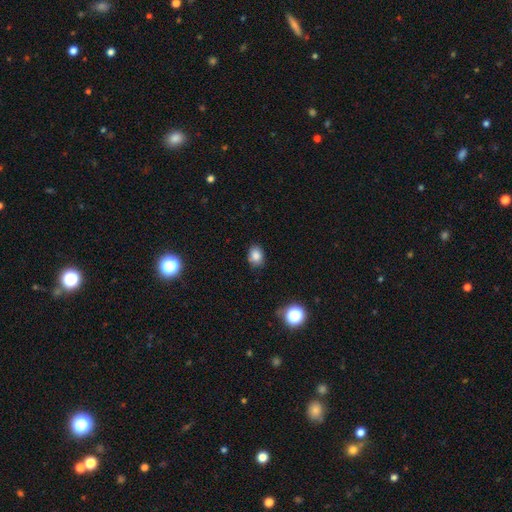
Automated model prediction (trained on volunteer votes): The model was most divided on "how rounded": in between: 58%, round: 41%, cigar-shaped: 1%. More confident: smooth or featured — smooth (83%); merging — none (81%).